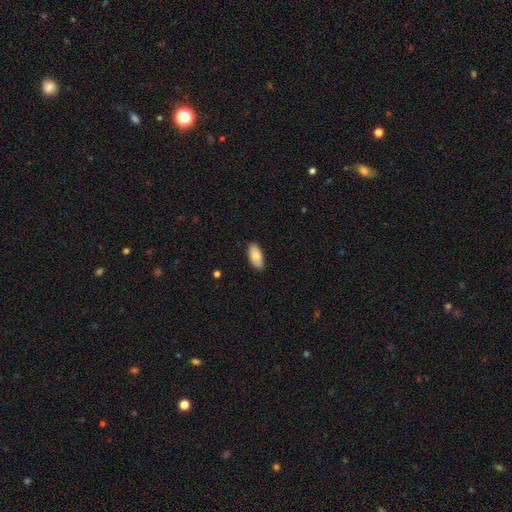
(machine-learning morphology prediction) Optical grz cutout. It shows a smooth galaxy with no disk features (83%) that is in between round and cigar-shaped (92%). Merging: none (86%).